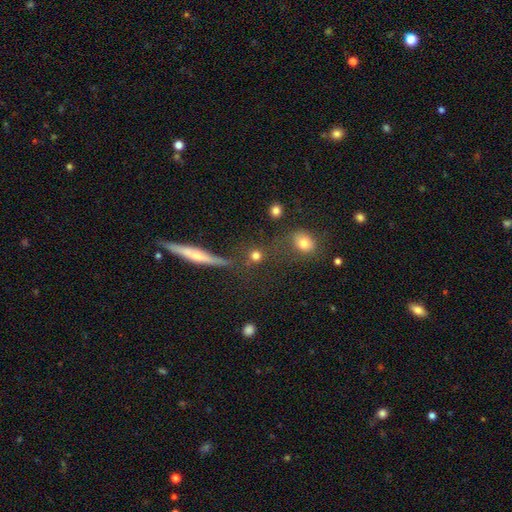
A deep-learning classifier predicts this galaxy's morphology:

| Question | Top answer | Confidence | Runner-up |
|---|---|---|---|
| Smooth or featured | smooth | 77% | star or artifact (13%) |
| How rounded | round | 86% | in between (10%) |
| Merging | none | 72% | merger (12%) |